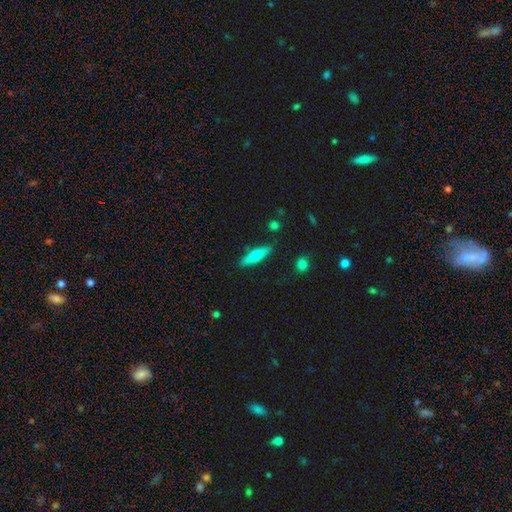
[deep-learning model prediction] Smooth or featured: smooth — 64% (featured or disk — 30%)
How rounded: cigar-shaped — 65% (in between — 33%)
Merging: none — 86% (minor disturbance — 9%)